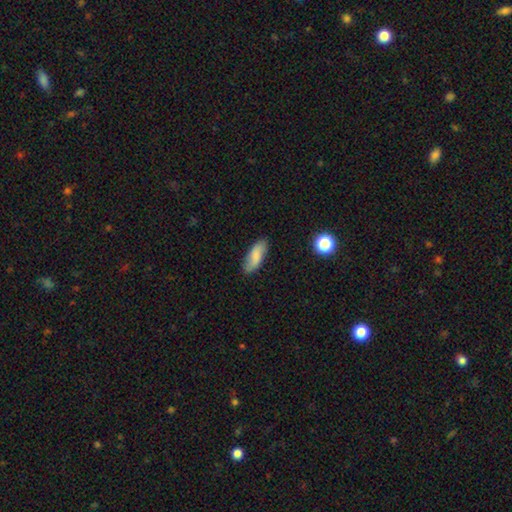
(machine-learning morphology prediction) type=smooth (75%); roundness=in between (75%); merging=none (83%).